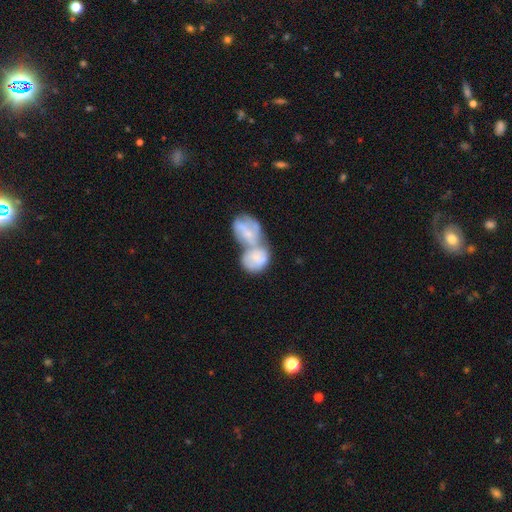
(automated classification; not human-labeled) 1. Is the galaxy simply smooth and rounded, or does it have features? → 55% smooth, 38% featured or disk, 7% star or artifact.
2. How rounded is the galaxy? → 59% in between, 39% round, 2% cigar-shaped.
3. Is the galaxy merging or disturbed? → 78% merger, 11% none, 6% minor disturbance, 5% major disturbance.